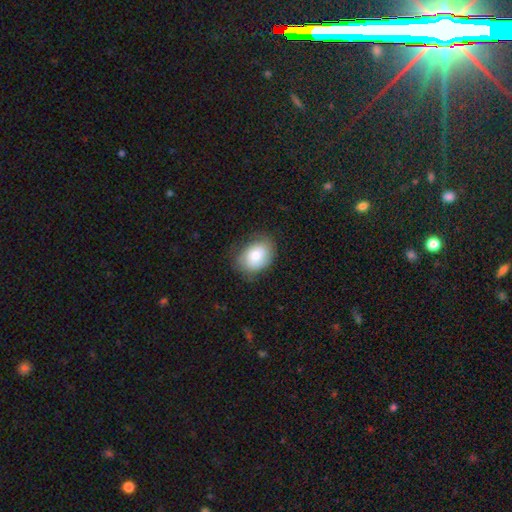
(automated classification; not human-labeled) smooth_or_featured: smooth (p=0.77) [alt: featured or disk p=0.16]
how_rounded: in between (p=0.71) [alt: round p=0.28]
merging: none (p=0.72) [alt: minor disturbance p=0.21]